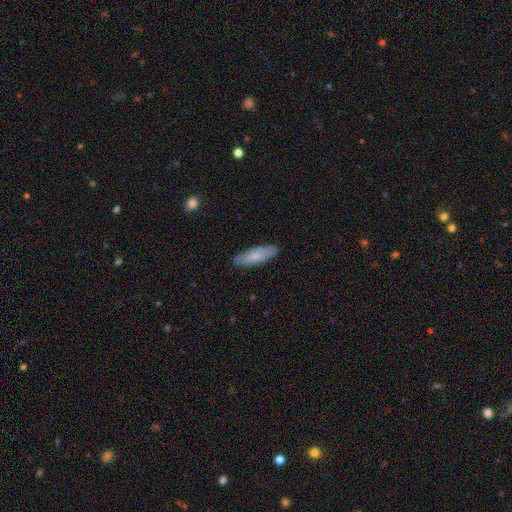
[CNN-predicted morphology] This appears to be a smooth galaxy with no disk features (72%) that is in between round and cigar-shaped (52%). Merging: none (86%).